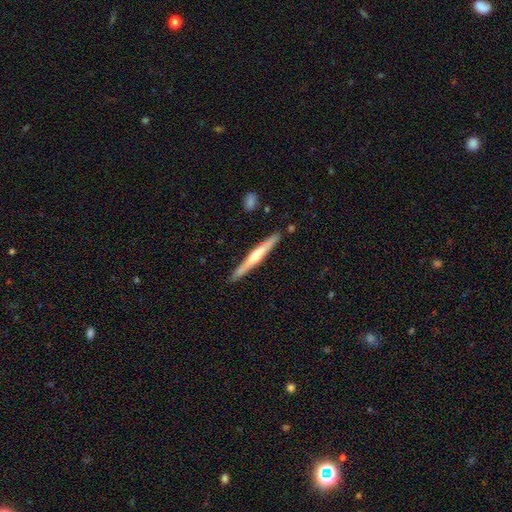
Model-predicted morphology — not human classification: smooth_or_featured: featured or disk (p=0.62) [alt: smooth p=0.33]
disk_edge_on: yes (p=0.96) [alt: no p=0.04]
edge_on_bulge: rounded (p=0.74) [alt: none p=0.20]
merging: none (p=0.88) [alt: minor disturbance p=0.09]